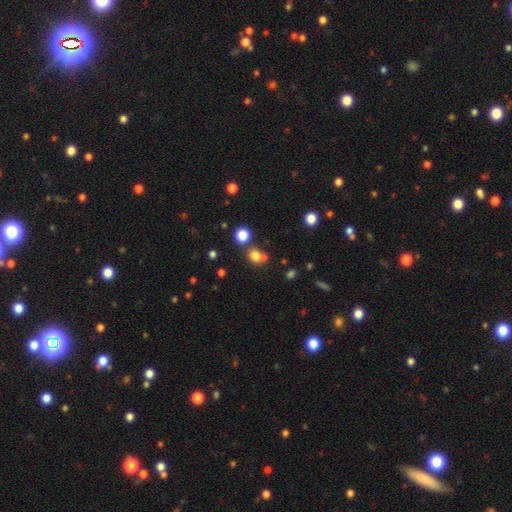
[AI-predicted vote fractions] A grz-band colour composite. It shows a smooth galaxy with no disk features (77%) that is round (75%). Merging: none (56%).